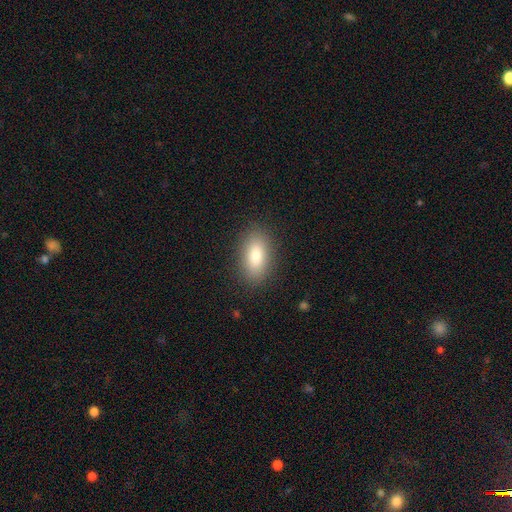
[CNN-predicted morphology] smooth 81%, featured or disk 11%, star or artifact 8%. Down the decision tree: how rounded — in between (88%); merging — none (88%).